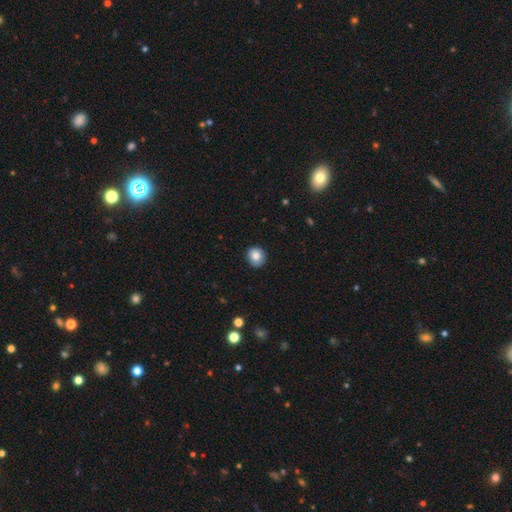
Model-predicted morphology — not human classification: Smooth or featured?
  - smooth: 83% *
  - star or artifact: 9%
  - featured or disk: 8%
How rounded?
  - round: 82% *
  - in between: 17%
  - cigar-shaped: 1%
Merging?
  - none: 87% *
  - minor disturbance: 10%
  - major disturbance: 2%
  - merger: 1%